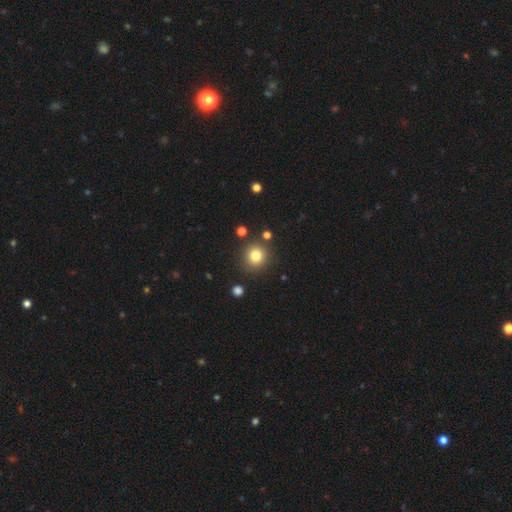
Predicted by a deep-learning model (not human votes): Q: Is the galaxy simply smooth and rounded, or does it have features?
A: smooth — 80%.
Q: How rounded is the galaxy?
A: round — 92%.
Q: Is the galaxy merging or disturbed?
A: none — 87%.